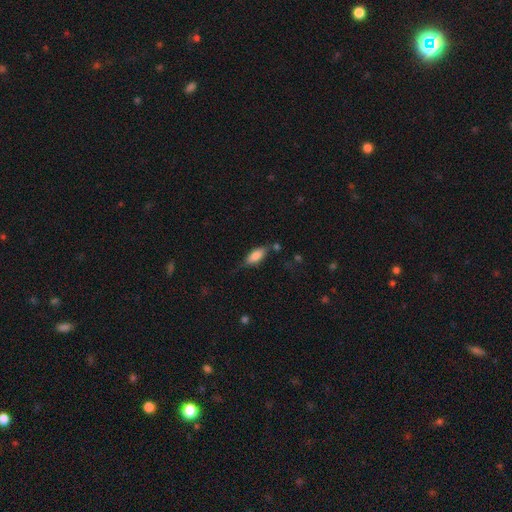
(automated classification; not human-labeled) A smooth galaxy with no disk features (82%) that is in between round and cigar-shaped (81%).

Vote fractions:
- Smooth or featured? smooth: 82% / featured or disk: 11% / star or artifact: 7%
- How rounded? in between: 81% / cigar-shaped: 17% / round: 2%
- Merging? none: 64% / minor disturbance: 24% / major disturbance: 7% / merger: 6%